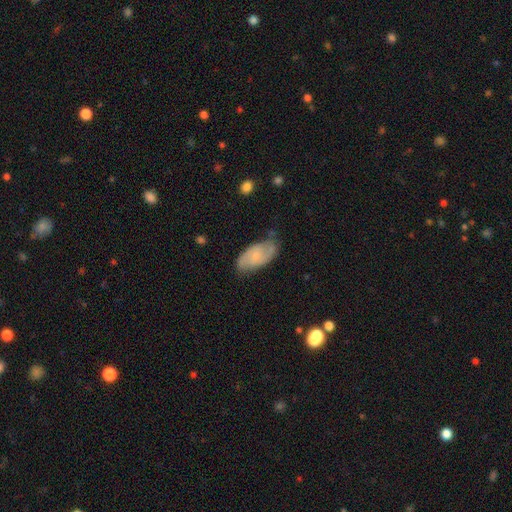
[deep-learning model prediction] Smooth or featured? Predicted: featured or disk (p=0.62). Edge-on disk? Predicted: no (p=0.95). Bar? Predicted: no (p=0.60). Spiral arms? Predicted: yes (p=0.90). Spiral winding? Predicted: medium (p=0.46). Spiral arm count? Predicted: 2 (p=0.84). Bulge size? Predicted: small (p=0.61). Merging? Predicted: none (p=0.67).